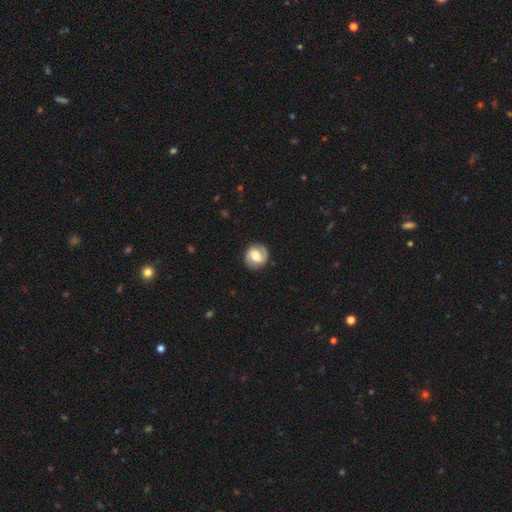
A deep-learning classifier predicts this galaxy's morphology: The model was most divided on "smooth or featured": featured or disk: 56%, smooth: 37%, star or artifact: 7%. Remaining: edge-on disk — no (97%); merging — none (85%); spiral arms — yes (82%); bulge size — moderate (53%); bar — weak (48%).